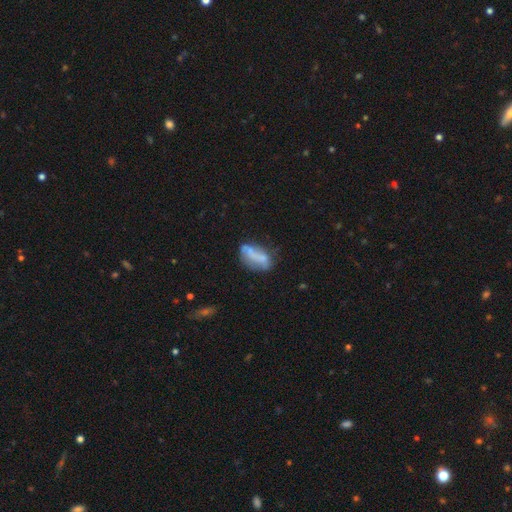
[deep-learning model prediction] Smooth or featured? smooth (51%)
How rounded? in between (83%)
Merging? none (41%)